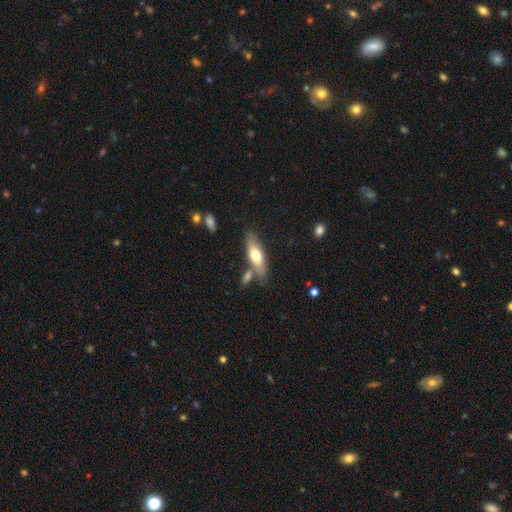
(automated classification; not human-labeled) This appears to be a smooth galaxy with no disk features (59%) that is cigar-shaped (51%). Merging: none (68%).